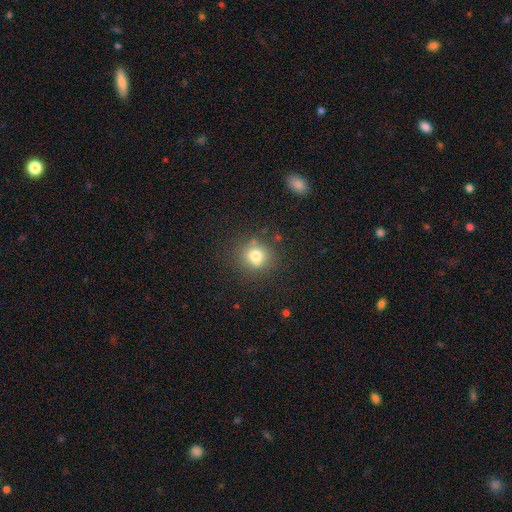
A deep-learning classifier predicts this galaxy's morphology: The model was most divided on "merging": none: 76%, minor disturbance: 13%, merger: 6%, major disturbance: 4%. More confident: how rounded — round (84%); smooth or featured — smooth (76%).